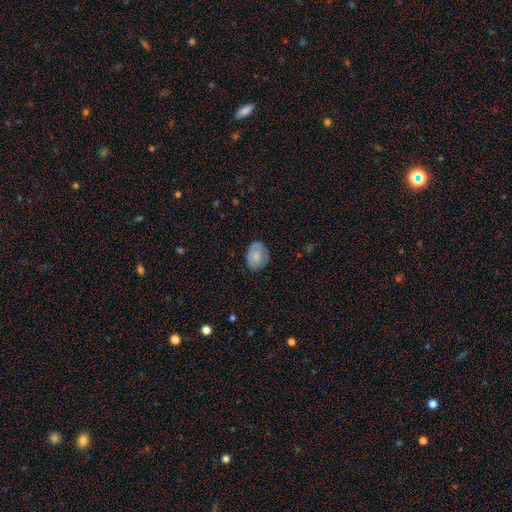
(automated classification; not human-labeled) This appears to be a smooth galaxy with no disk features (75%) that is in between round and cigar-shaped (69%). Merging: none (73%).